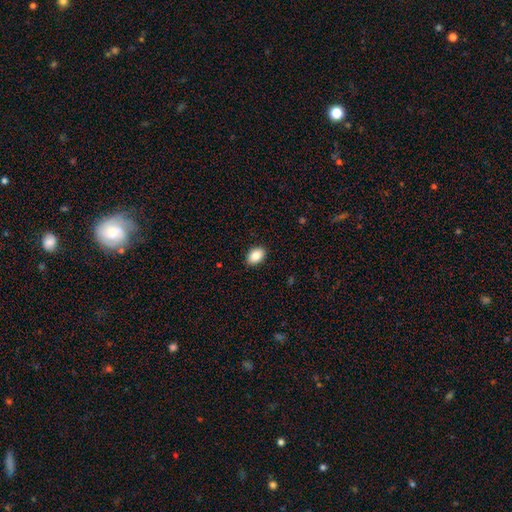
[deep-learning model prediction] Smooth or featured? Predicted: smooth (p=0.86). How rounded? Predicted: in between (p=0.85). Merging? Predicted: none (p=0.90).